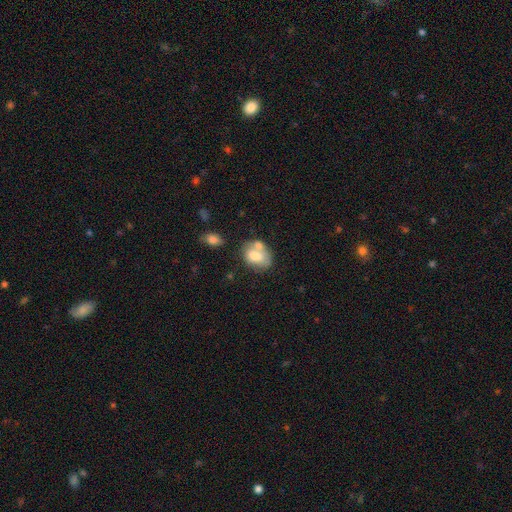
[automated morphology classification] A smooth galaxy with no disk features (71%) that is in between round and cigar-shaped (74%).

Vote fractions:
- Smooth or featured? smooth: 71% / featured or disk: 21% / star or artifact: 8%
- How rounded? in between: 74% / round: 25% / cigar-shaped: 1%
- Merging? none: 37% / merger: 35% / minor disturbance: 19% / major disturbance: 9%